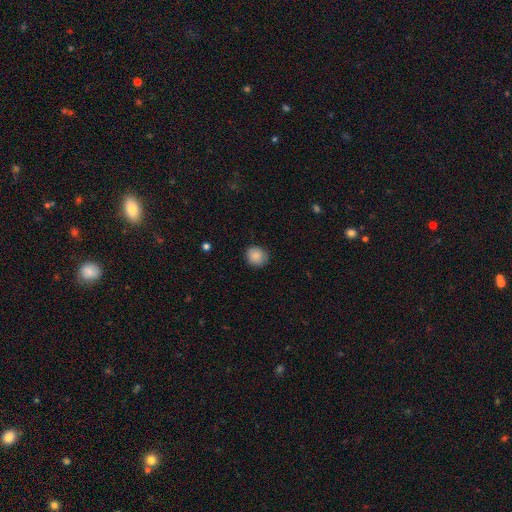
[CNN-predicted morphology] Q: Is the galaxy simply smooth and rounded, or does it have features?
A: smooth — 87%.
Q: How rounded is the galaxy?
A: round — 85%.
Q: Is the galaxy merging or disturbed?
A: none — 85%.